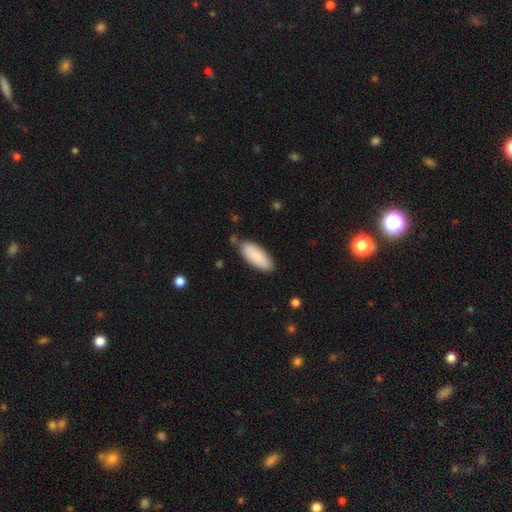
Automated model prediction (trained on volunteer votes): Smooth or featured? Predicted: smooth (p=0.87). How rounded? Predicted: in between (p=0.81). Merging? Predicted: none (p=0.79).